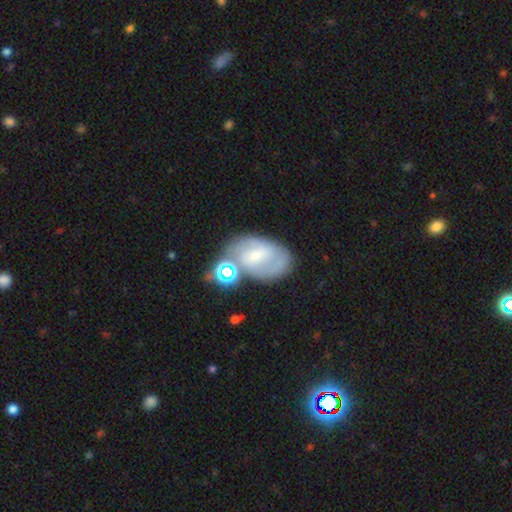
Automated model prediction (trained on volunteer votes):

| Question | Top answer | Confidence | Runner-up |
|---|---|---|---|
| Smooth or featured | featured or disk | 56% | smooth (33%) |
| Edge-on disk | no | 95% | yes (5%) |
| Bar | weak | 45% | no (40%) |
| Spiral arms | yes | 69% | no (31%) |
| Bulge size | small | 62% | moderate (26%) |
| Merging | none | 48% | merger (21%) |